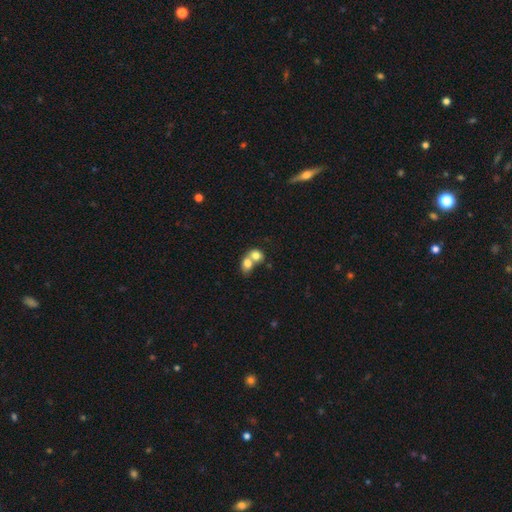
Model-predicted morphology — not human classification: The model was most divided on "how rounded": round: 51%, in between: 47%, cigar-shaped: 1%. More confident: smooth or featured — smooth (76%); merging — merger (74%).